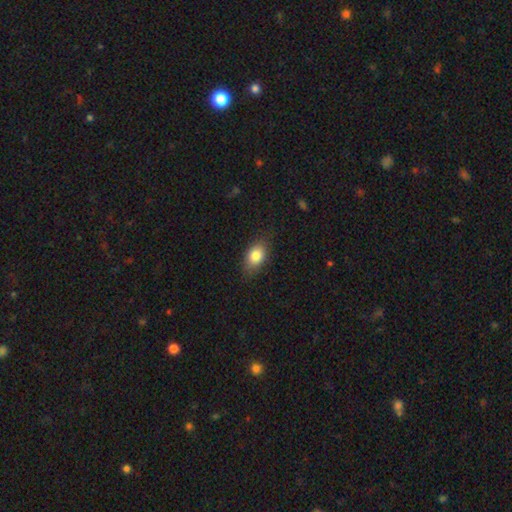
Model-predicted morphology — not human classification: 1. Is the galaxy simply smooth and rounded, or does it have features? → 82% smooth, 10% featured or disk, 8% star or artifact.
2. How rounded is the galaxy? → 83% in between, 14% round, 3% cigar-shaped.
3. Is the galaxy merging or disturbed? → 80% none, 16% minor disturbance, 3% major disturbance, 1% merger.